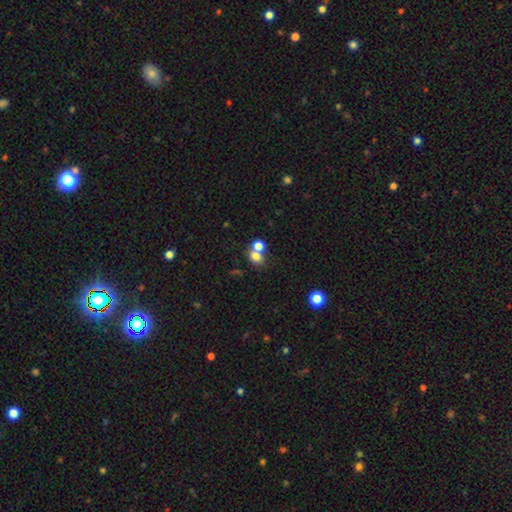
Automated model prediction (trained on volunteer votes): This is likely a smooth galaxy (76%). How rounded: possibly round (56%). Merging: possibly merger (49%).